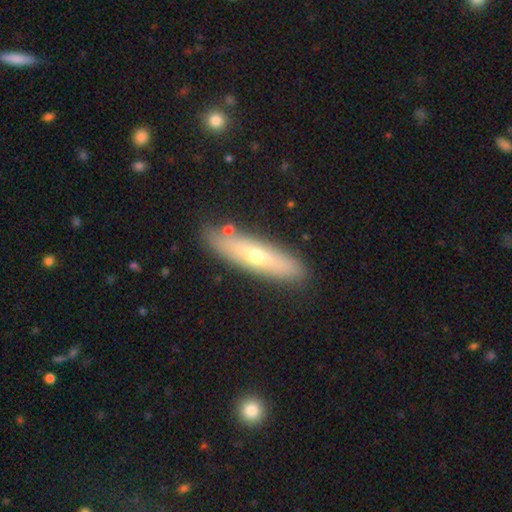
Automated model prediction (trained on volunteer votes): Overall: featured or disk (51%; smooth 43%). Edge-on disk: yes (61%; no 39%). Merging: none (84%).